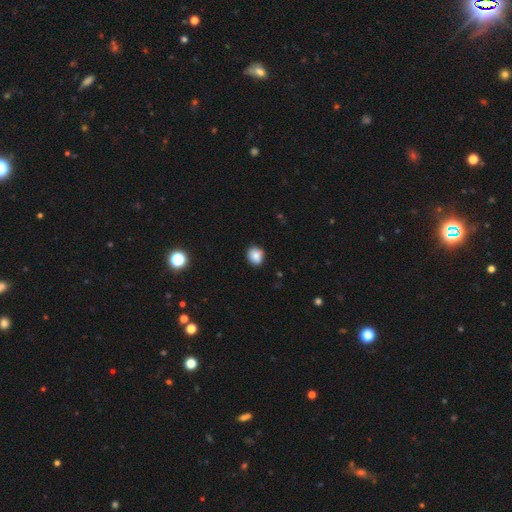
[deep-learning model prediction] Smooth or featured? smooth (85%)
How rounded? round (69%)
Merging? none (84%)